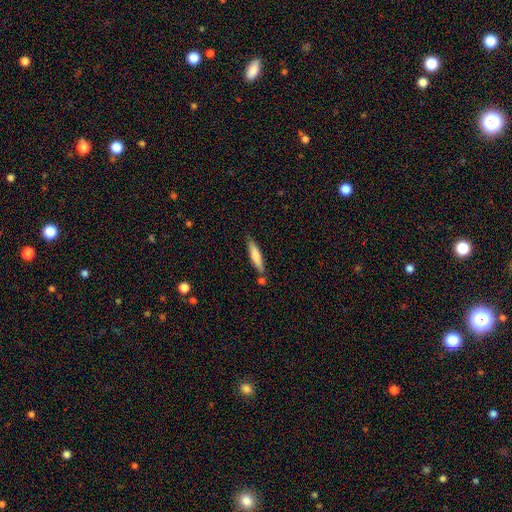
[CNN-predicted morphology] The model was most divided on "smooth or featured": smooth: 74%, featured or disk: 21%, star or artifact: 6%. More confident: how rounded — cigar-shaped (85%); merging — none (74%).